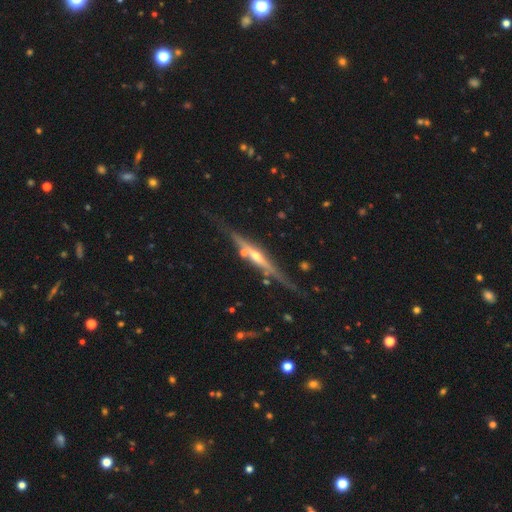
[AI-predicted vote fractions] smooth-or-featured: featured or disk: 85% | smooth: 9% | star or artifact: 6%
  disk-edge-on: yes: 97% | no: 3%
    edge-on-bulge: rounded: 81% | none: 12% | boxy: 7%
  merging: none: 79% | minor disturbance: 14% | merger: 4% | major disturbance: 3%